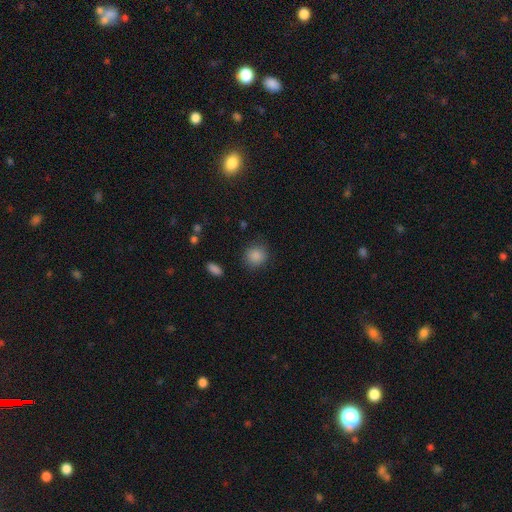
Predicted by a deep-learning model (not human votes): The model was most divided on "how rounded": round: 84%, in between: 15%, cigar-shaped: 1%. More confident: smooth or featured — smooth (87%); merging — none (84%).